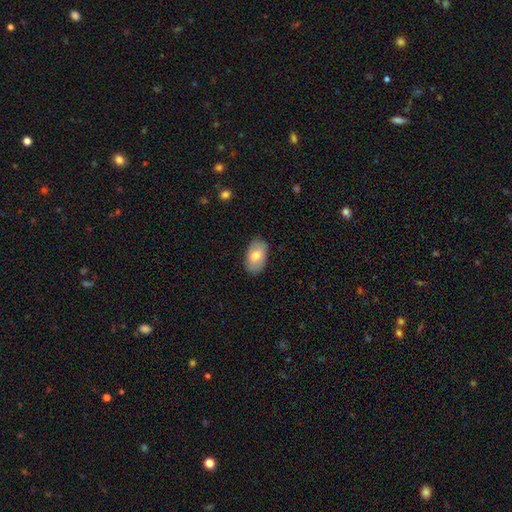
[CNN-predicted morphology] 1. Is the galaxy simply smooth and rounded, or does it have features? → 71% smooth, 23% featured or disk, 6% star or artifact.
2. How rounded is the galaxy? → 93% in between, 6% round, 1% cigar-shaped.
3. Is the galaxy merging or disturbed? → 84% none, 12% minor disturbance, 3% major disturbance, 1% merger.